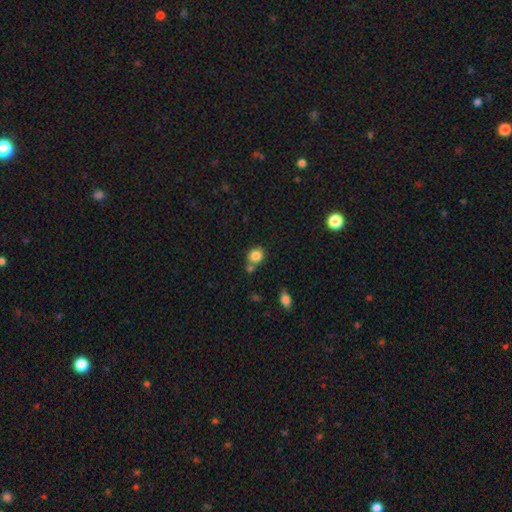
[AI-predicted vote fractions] Smooth or featured? smooth (84%)
How rounded? round (79%)
Merging? none (61%)